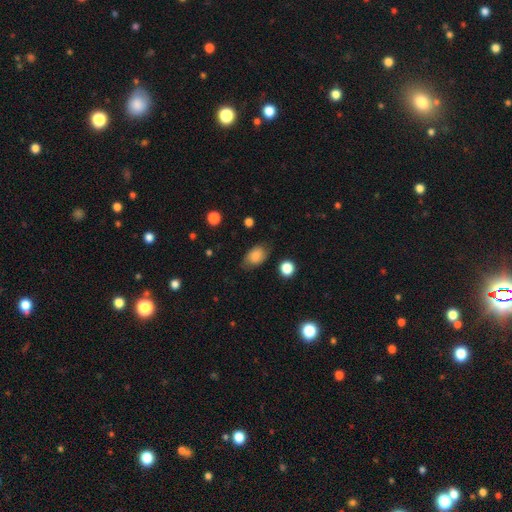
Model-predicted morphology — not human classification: Overall: smooth (77%). How rounded: in between (83%). Merging: none (70%).